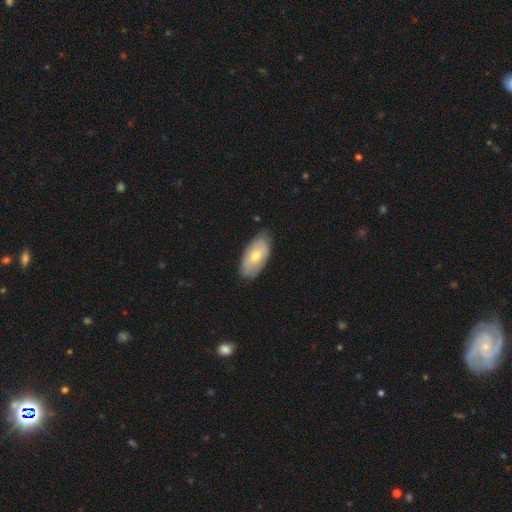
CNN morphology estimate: smooth_or_featured: smooth (p=0.57) [alt: featured or disk p=0.37]
how_rounded: in between (p=0.93) [alt: cigar-shaped p=0.04]
merging: none (p=0.78) [alt: minor disturbance p=0.18]